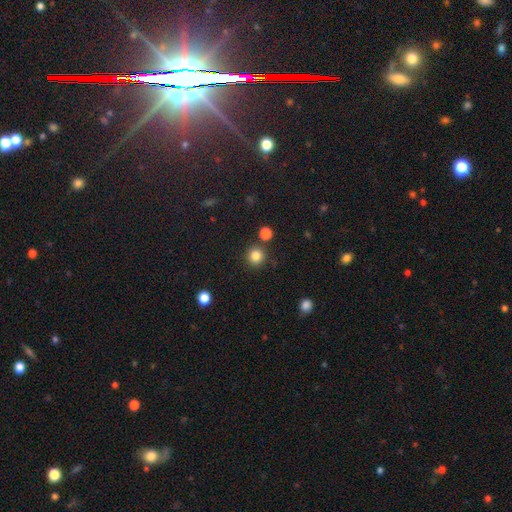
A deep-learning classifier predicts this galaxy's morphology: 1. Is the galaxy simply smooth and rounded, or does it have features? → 83% smooth, 12% star or artifact, 4% featured or disk.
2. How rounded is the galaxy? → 94% round, 5% in between, 1% cigar-shaped.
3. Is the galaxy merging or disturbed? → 86% none, 6% minor disturbance, 5% merger, 2% major disturbance.